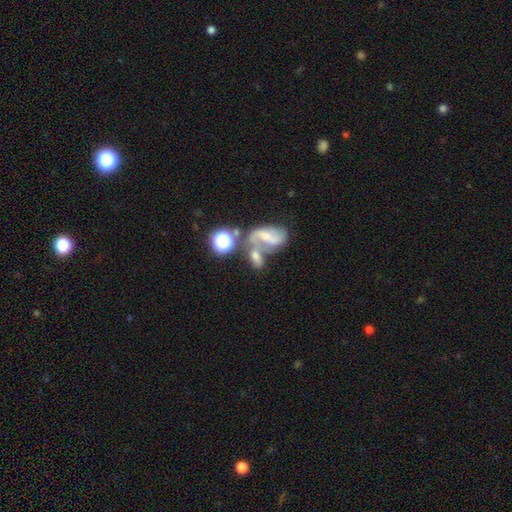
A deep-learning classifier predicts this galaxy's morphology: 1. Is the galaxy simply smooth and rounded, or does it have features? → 43% smooth, 40% featured or disk, 17% star or artifact.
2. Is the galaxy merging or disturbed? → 55% merger, 23% none, 11% minor disturbance, 11% major disturbance.